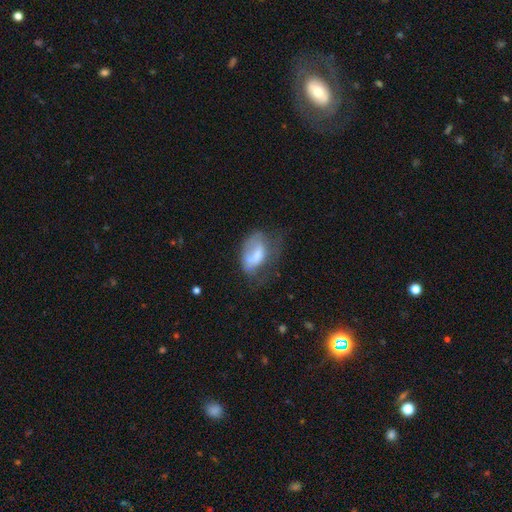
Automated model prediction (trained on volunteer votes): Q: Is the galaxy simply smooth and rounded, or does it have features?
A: smooth — 59%.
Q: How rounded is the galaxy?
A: in between — 88%.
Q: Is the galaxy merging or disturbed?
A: major disturbance — 40%.